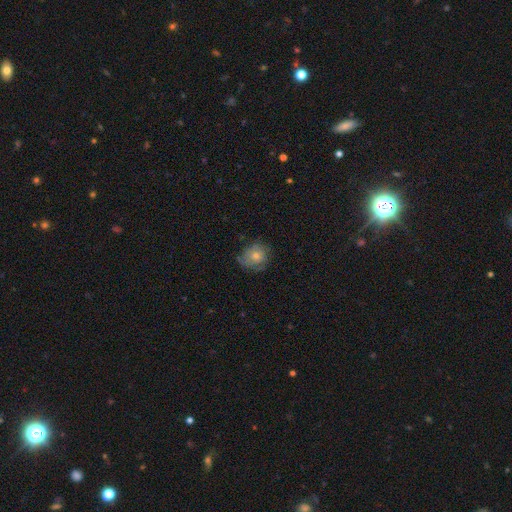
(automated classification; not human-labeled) A smooth galaxy with no disk features (45%). Merging: none (69%).